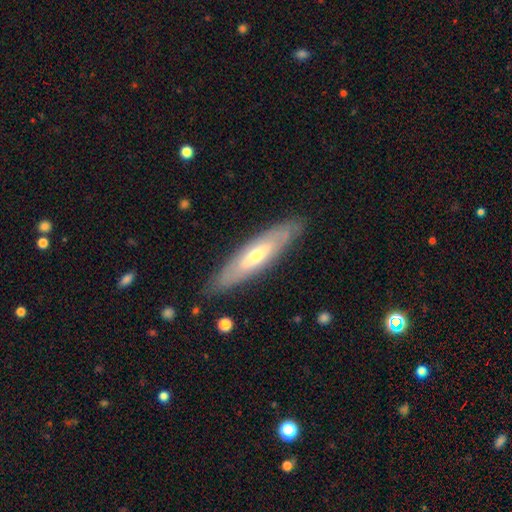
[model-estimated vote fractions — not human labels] Smooth or featured: featured or disk — 54% (smooth — 41%)
Edge-on disk: yes — 57% (no — 43%)
Merging: none — 85% (minor disturbance — 11%)